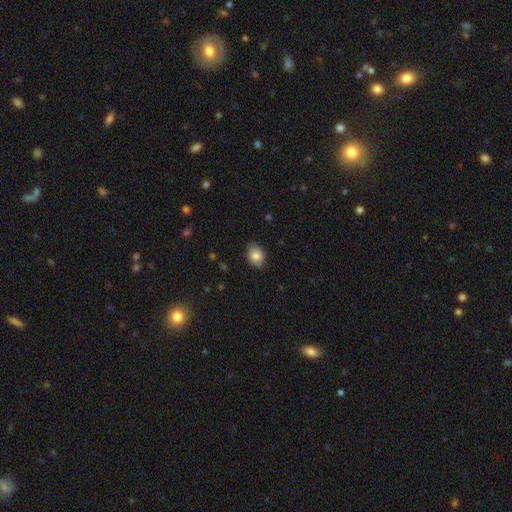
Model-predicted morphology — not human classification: The model was most divided on "how rounded": in between: 71%, round: 28%, cigar-shaped: 1%. More confident: merging — none (85%); smooth or featured — smooth (84%).